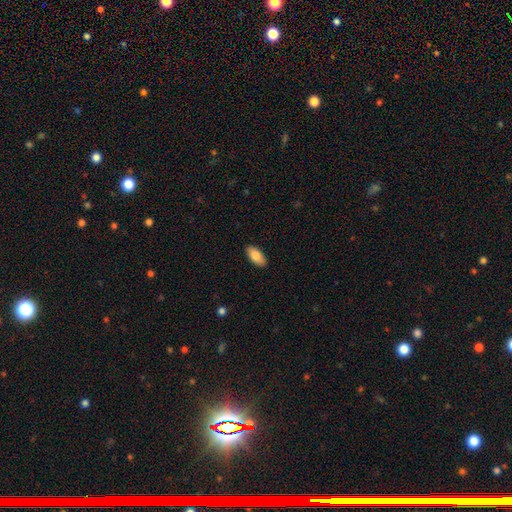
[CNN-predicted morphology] smooth 84%, featured or disk 10%, star or artifact 6%. Down the decision tree: how rounded — in between (93%); merging — none (89%).